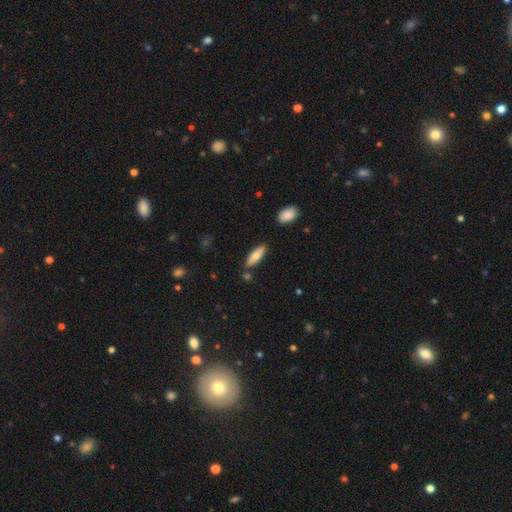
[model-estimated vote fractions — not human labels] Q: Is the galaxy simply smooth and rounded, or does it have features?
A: smooth — 71%.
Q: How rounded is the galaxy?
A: in between — 55%.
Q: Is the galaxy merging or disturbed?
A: none — 81%.